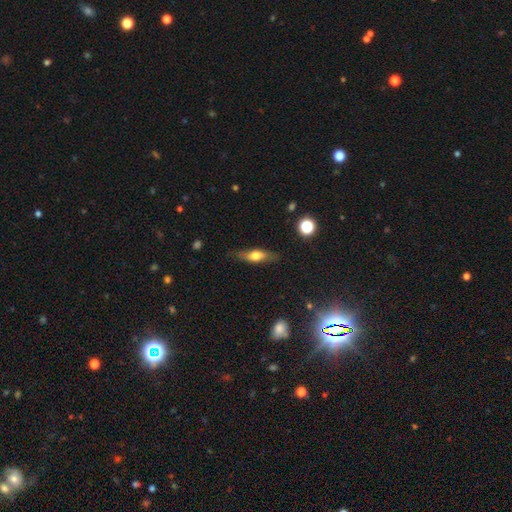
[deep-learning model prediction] This appears to be a smooth galaxy with no disk features (52%) that is cigar-shaped (52%). Merging: none (81%).